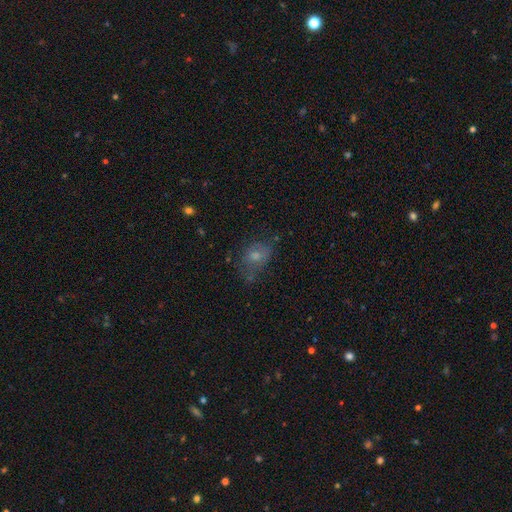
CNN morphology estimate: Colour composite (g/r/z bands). It shows a smooth galaxy with no disk features (49%). Merging: none (57%).